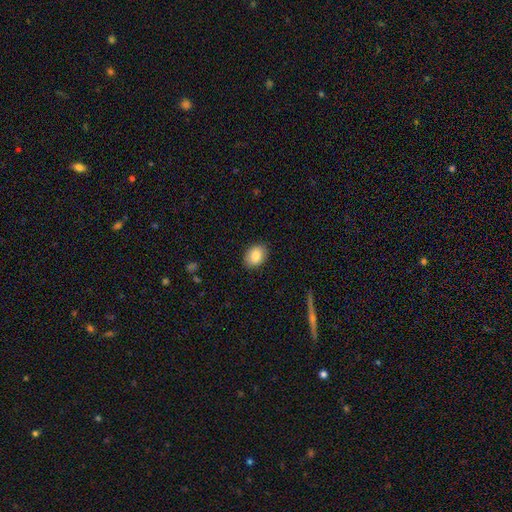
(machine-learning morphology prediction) smooth_or_featured: smooth (p=0.85) [alt: star or artifact p=0.08]
how_rounded: in between (p=0.70) [alt: round p=0.29]
merging: none (p=0.88) [alt: minor disturbance p=0.09]